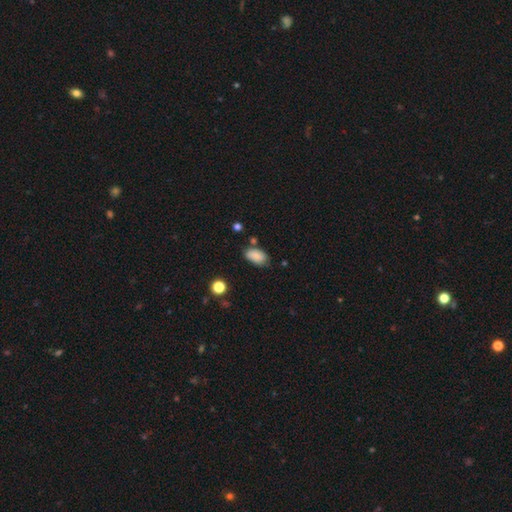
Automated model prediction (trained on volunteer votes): Smooth or featured? smooth (83%)
How rounded? in between (92%)
Merging? none (65%)